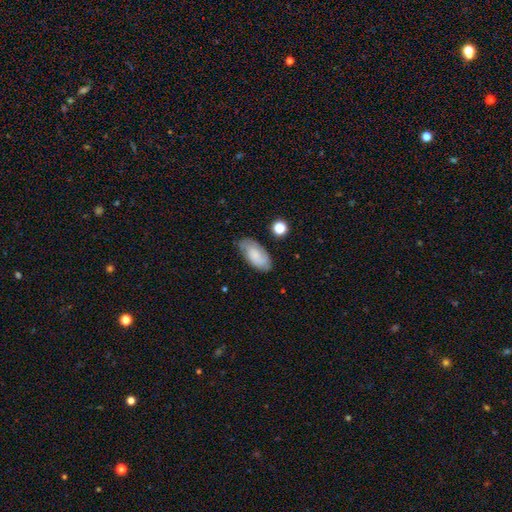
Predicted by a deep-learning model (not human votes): smooth_or_featured: smooth (p=0.64) [alt: featured or disk p=0.28]
how_rounded: in between (p=0.92) [alt: cigar-shaped p=0.06]
merging: none (p=0.74) [alt: minor disturbance p=0.19]